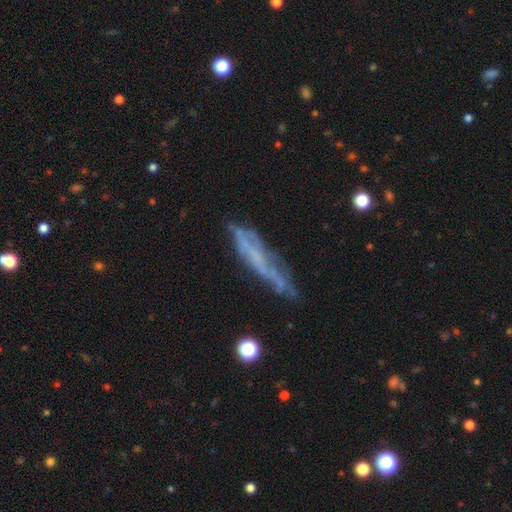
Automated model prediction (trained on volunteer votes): smooth-or-featured: featured or disk: 54% | smooth: 34% | star or artifact: 12%
  disk-edge-on: yes: 63% | no: 37%
  merging: none: 57% | minor disturbance: 26% | major disturbance: 12% | merger: 4%